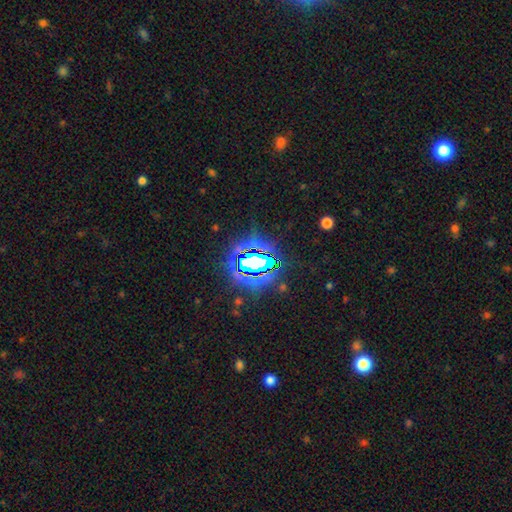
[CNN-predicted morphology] Smooth or featured?
  - star or artifact: 76% *
  - smooth: 14%
  - featured or disk: 10%